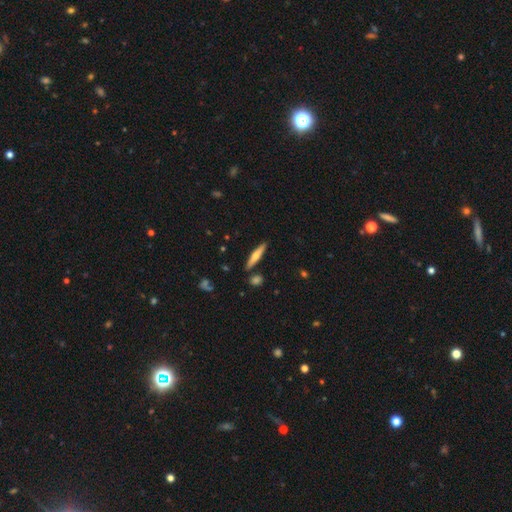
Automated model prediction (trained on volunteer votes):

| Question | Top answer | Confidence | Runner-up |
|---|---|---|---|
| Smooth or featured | smooth | 54% | featured or disk (40%) |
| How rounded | cigar-shaped | 86% | in between (12%) |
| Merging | none | 87% | minor disturbance (8%) |